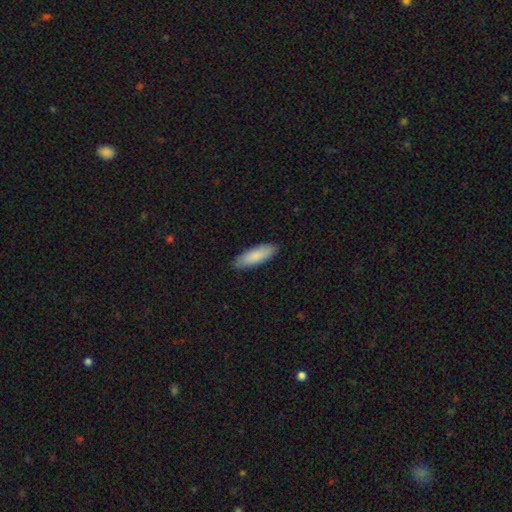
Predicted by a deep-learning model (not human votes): Smooth or featured: smooth — 85% (featured or disk — 10%)
How rounded: in between — 54% (cigar-shaped — 45%)
Merging: none — 88% (minor disturbance — 9%)